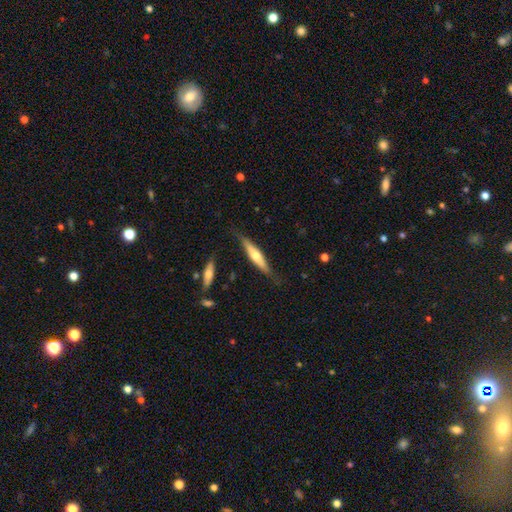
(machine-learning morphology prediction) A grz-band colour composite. It shows a featured or disk galaxy (54%) viewed edge-on (91%). Merging: none (78%).